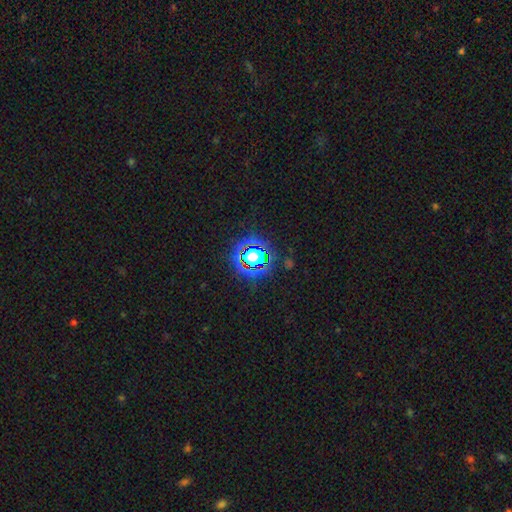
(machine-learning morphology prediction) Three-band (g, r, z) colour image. It shows a star or artifact, not a galaxy (62%).